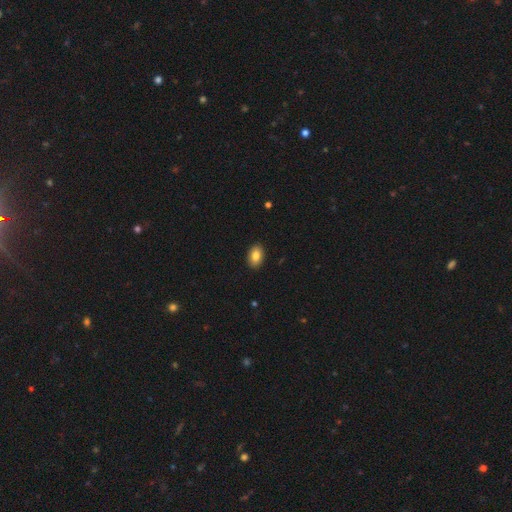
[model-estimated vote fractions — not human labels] Morphology: type=smooth (84%); roundness=in between (89%); merging=none (90%).